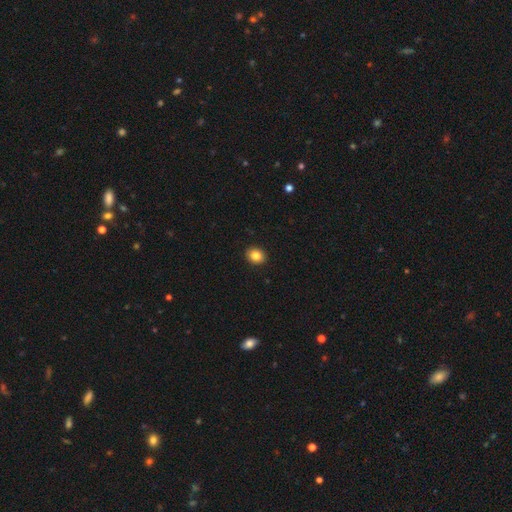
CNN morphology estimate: Smooth or featured: smooth — 84% (star or artifact — 9%)
How rounded: round — 59% (in between — 40%)
Merging: none — 92% (minor disturbance — 5%)